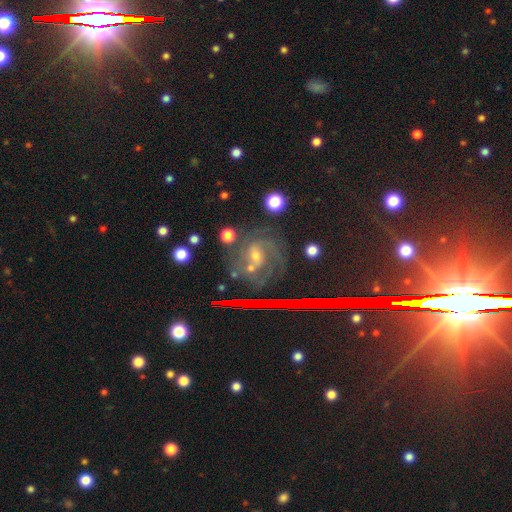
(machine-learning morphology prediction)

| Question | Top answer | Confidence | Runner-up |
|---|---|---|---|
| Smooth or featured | featured or disk | 64% | star or artifact (20%) |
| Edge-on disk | no | 95% | yes (5%) |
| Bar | weak | 45% | no (34%) |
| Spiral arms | yes | 90% | no (10%) |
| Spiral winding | medium | 48% | tight (34%) |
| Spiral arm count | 2 | 61% | can't tell (17%) |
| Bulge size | small | 49% | moderate (41%) |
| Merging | none | 63% | minor disturbance (16%) |